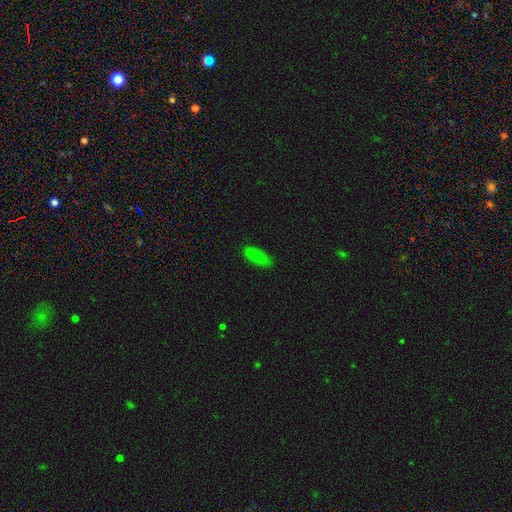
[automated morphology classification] A smooth galaxy with no disk features (84%) that is in between round and cigar-shaped (68%).

Vote fractions:
- Smooth or featured? smooth: 84% / star or artifact: 10% / featured or disk: 6%
- How rounded? in between: 68% / cigar-shaped: 29% / round: 2%
- Merging? none: 82% / minor disturbance: 13% / major disturbance: 3% / merger: 1%